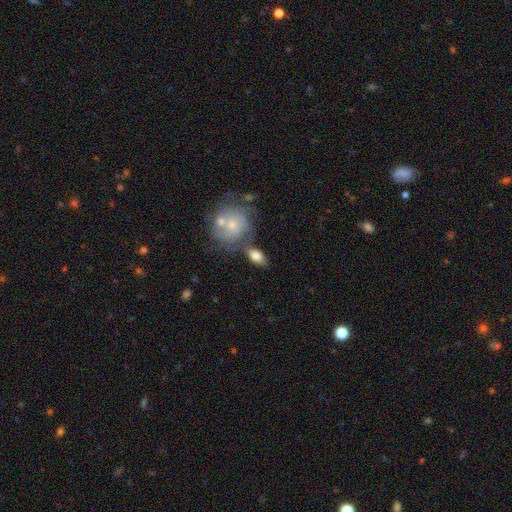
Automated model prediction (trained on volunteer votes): Smooth or featured? Predicted: smooth (p=0.73). How rounded? Predicted: in between (p=0.85). Merging? Predicted: none (p=0.55).